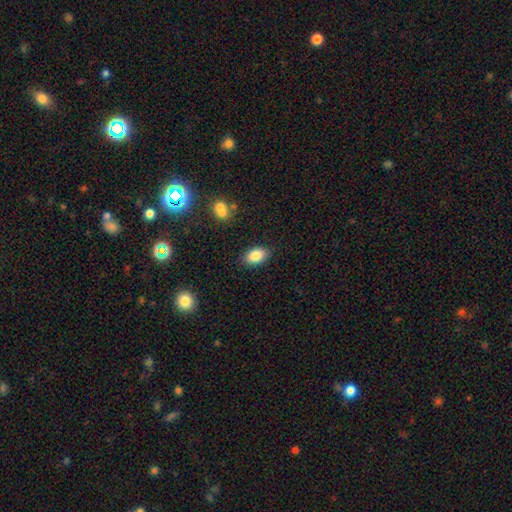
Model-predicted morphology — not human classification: smooth_or_featured: smooth (p=0.85) [alt: star or artifact p=0.08]
how_rounded: in between (p=0.88) [alt: round p=0.10]
merging: none (p=0.85) [alt: minor disturbance p=0.11]